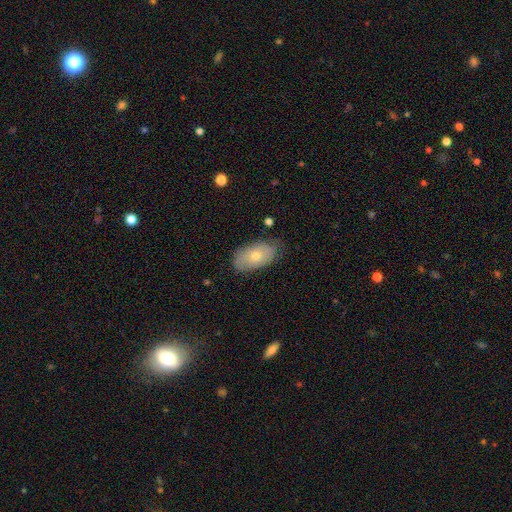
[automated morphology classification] Smooth or featured: smooth — 64% (featured or disk — 28%)
How rounded: in between — 93% (round — 5%)
Merging: none — 77% (minor disturbance — 18%)